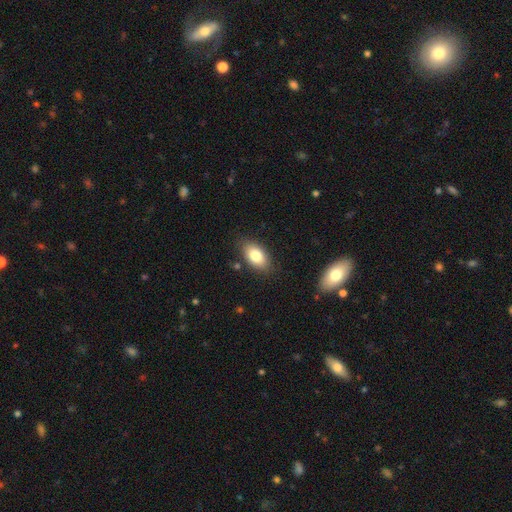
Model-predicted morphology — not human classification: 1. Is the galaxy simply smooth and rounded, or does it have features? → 81% smooth, 12% featured or disk, 7% star or artifact.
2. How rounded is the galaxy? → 91% in between, 6% round, 3% cigar-shaped.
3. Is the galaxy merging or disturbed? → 83% none, 12% minor disturbance, 3% major disturbance, 2% merger.